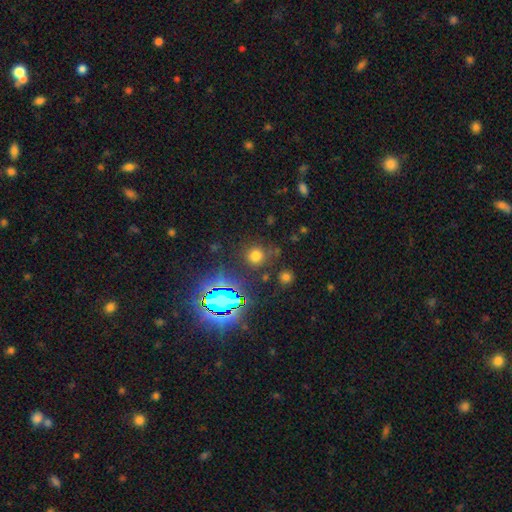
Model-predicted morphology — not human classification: This is likely a smooth galaxy (64%). How rounded: clearly round (90%). Merging: clearly none (81%).